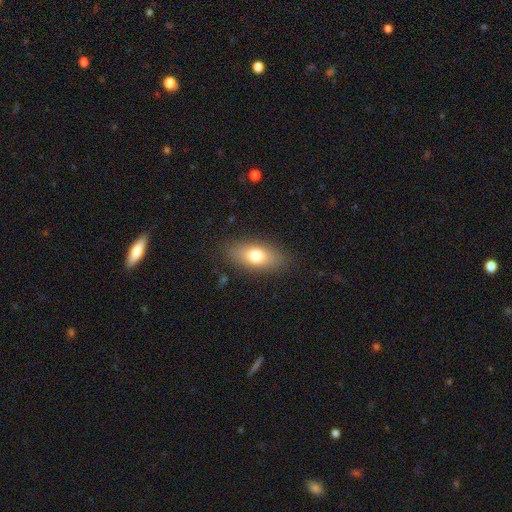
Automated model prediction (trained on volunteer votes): This is likely a smooth galaxy (75%). How rounded: clearly in between (82%). Merging: clearly none (85%).